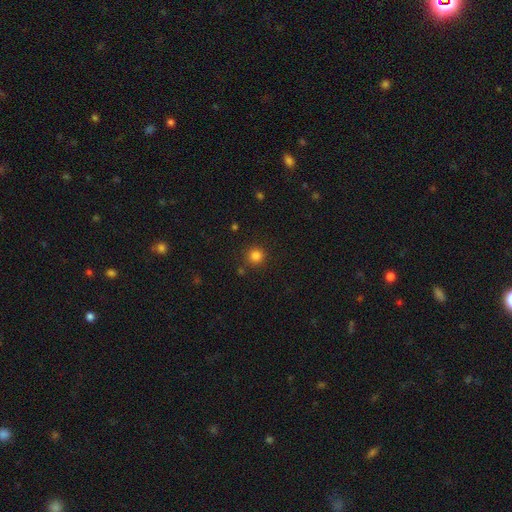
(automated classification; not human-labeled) The model was most divided on "smooth or featured": smooth: 82%, star or artifact: 13%, featured or disk: 4%. More confident: how rounded — round (94%); merging — none (87%).